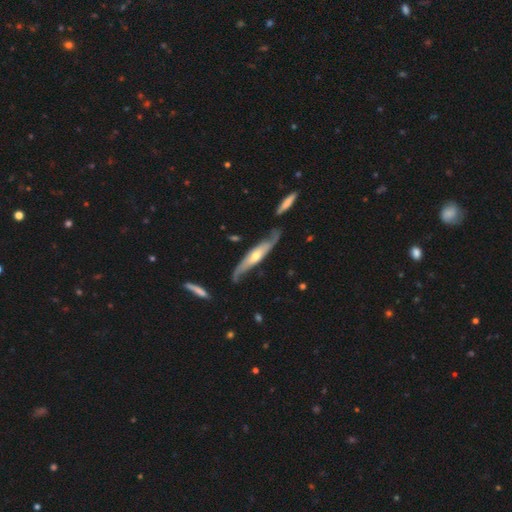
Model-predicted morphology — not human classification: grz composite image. It shows a featured or disk galaxy (74%) viewed edge-on (53%). Merging: none (66%).